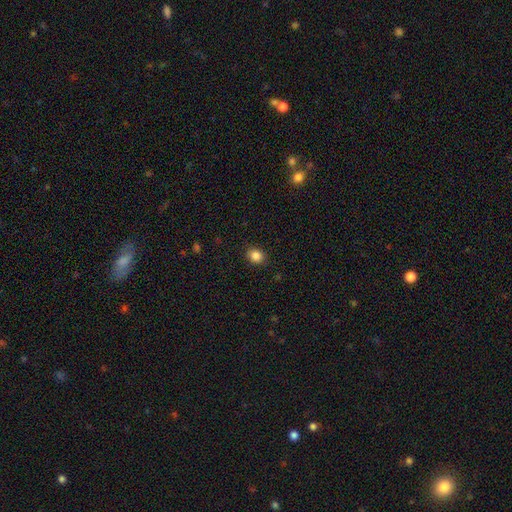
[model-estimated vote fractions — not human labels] This is clearly a smooth galaxy (85%). How rounded: possibly round (56%). Merging: clearly none (89%).